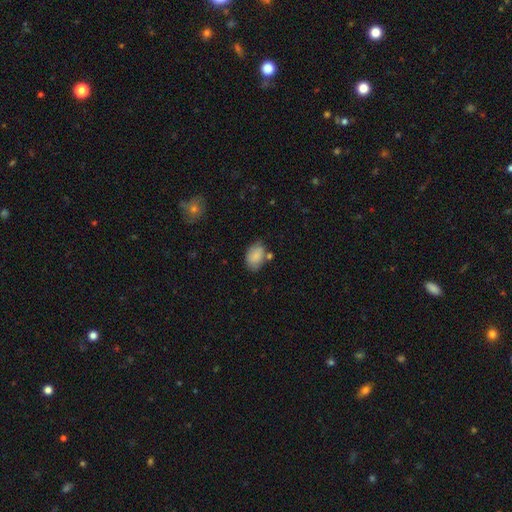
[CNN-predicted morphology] Overall: smooth (86%). How rounded: in between (86%). Merging: none (66%).